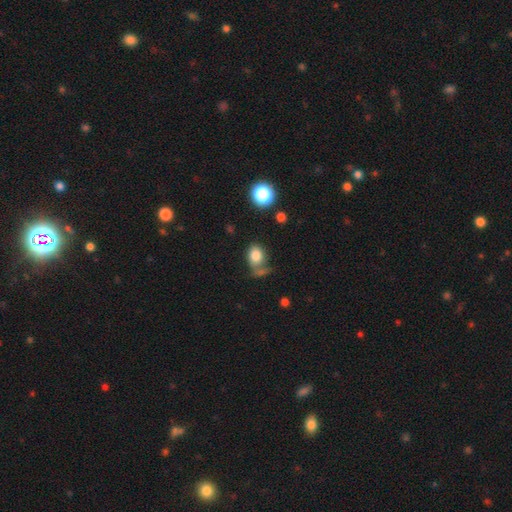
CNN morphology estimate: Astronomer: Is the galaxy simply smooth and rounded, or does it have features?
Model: smooth — 81%.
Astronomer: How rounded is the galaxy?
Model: in between — 62%.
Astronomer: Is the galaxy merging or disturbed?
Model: none — 51%.